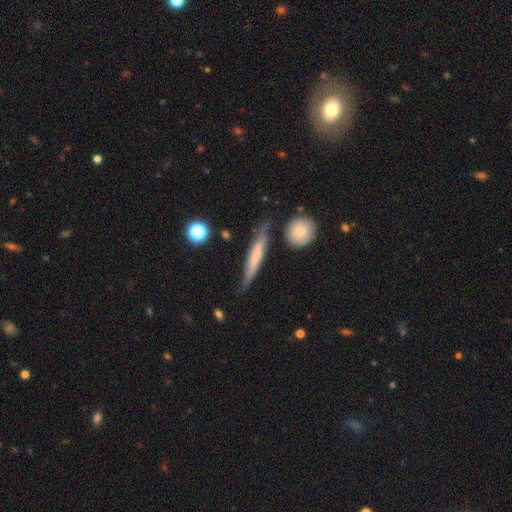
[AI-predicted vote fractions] smooth-or-featured: featured or disk: 50% | smooth: 44% | star or artifact: 6%
  merging: none: 71% | minor disturbance: 20% | major disturbance: 5% | merger: 4%